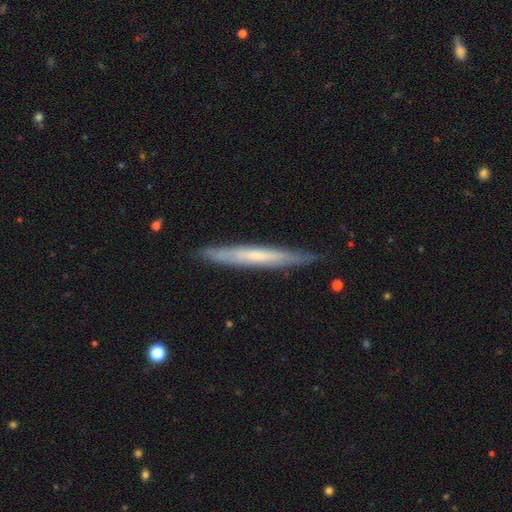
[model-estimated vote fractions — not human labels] Smooth or featured? Predicted: featured or disk (p=0.55). Edge-on disk? Predicted: yes (p=0.90). Merging? Predicted: none (p=0.85).